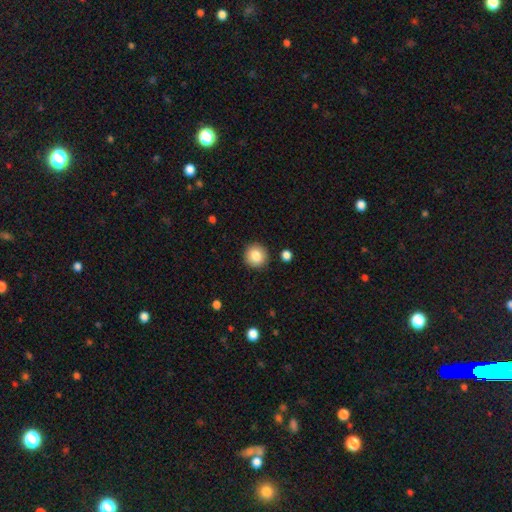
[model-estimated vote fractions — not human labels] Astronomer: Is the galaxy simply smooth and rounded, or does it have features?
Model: smooth — 84%.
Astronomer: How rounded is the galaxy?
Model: round — 93%.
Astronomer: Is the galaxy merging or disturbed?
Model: none — 90%.